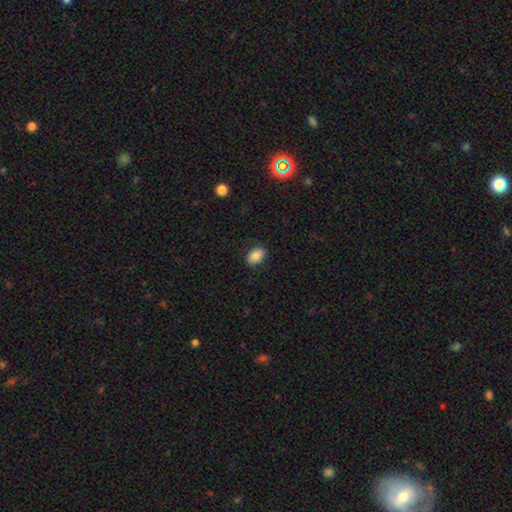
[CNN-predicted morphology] This is clearly a smooth galaxy (87%). How rounded: clearly in between (81%). Merging: clearly none (87%).